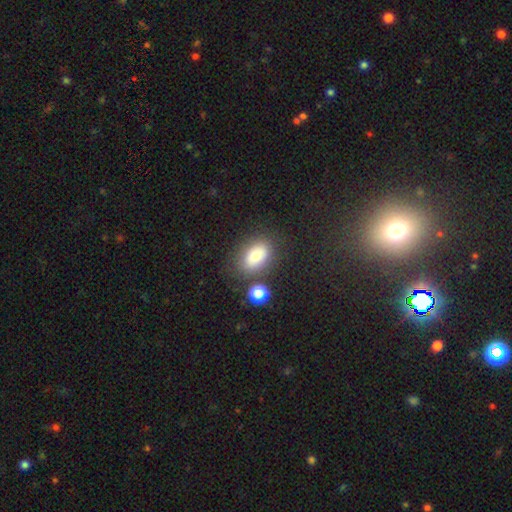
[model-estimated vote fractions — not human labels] This is likely a smooth galaxy (78%). How rounded: clearly in between (85%). Merging: likely none (72%).